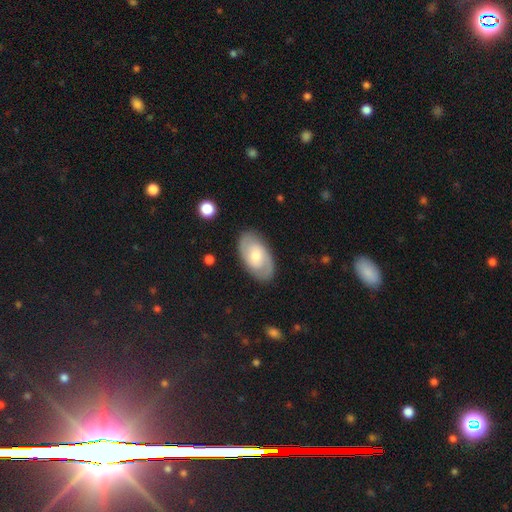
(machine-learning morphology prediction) Overall: featured or disk (60%; smooth 35%). Edge-on disk: no (94%). Bar: no (58%; weak 35%). Spiral arms: yes (80%). Bulge size: moderate (62%; small 26%). Merging: none (84%).